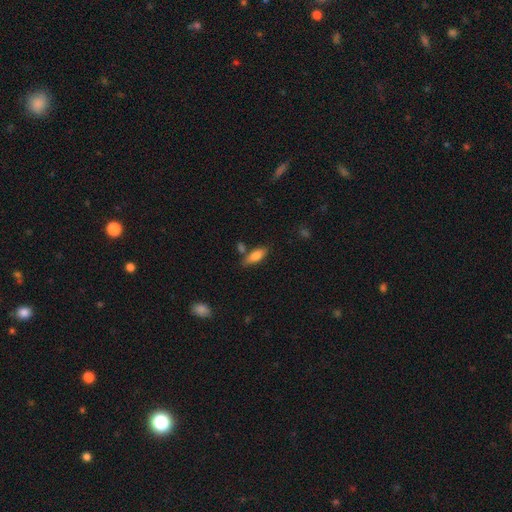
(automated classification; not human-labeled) smooth-or-featured: smooth: 78% | featured or disk: 15% | star or artifact: 7%
  how-rounded: in between: 70% | cigar-shaped: 27% | round: 2%
  merging: none: 69% | minor disturbance: 16% | merger: 11% | major disturbance: 4%